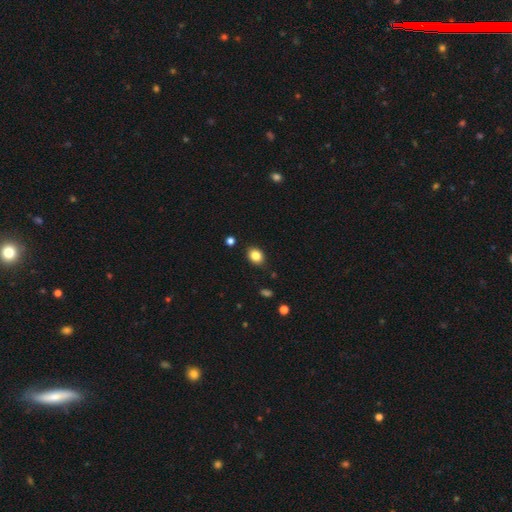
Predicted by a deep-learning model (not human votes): Smooth or featured? Predicted: smooth (p=0.85). How rounded? Predicted: in between (p=0.60). Merging? Predicted: none (p=0.87).